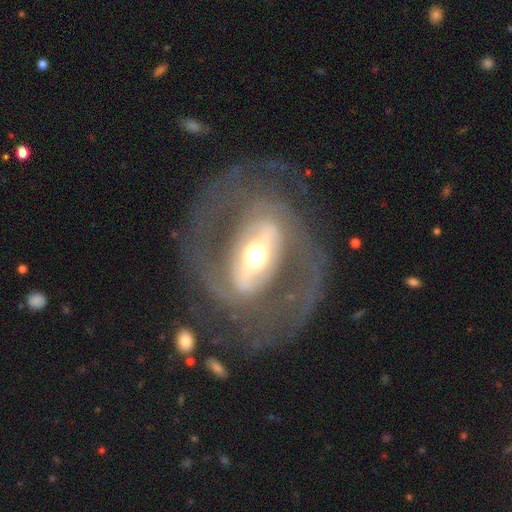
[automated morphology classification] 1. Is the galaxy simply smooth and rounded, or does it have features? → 84% featured or disk, 11% smooth, 5% star or artifact.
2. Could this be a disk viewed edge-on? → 92% no, 8% yes.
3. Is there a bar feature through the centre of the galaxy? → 61% strong, 23% weak, 17% no.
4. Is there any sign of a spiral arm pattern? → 66% yes, 34% no.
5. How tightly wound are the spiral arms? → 42% medium, 37% tight, 22% loose.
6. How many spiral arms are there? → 79% 2, 12% can't tell, 4% 1, 2% 3, 2% 4, 1% more than 4.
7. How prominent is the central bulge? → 63% moderate, 19% large, 14% small, 3% dominant, 1% none.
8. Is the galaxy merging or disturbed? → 70% none, 16% major disturbance, 12% minor disturbance, 2% merger.